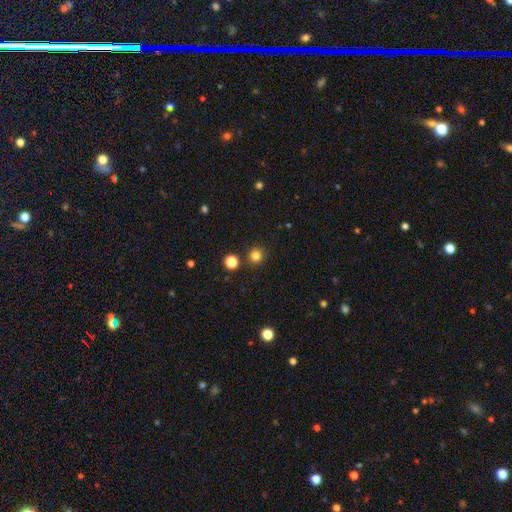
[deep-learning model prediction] Smooth or featured? Predicted: smooth (p=0.81). How rounded? Predicted: round (p=0.94). Merging? Predicted: none (p=0.89).